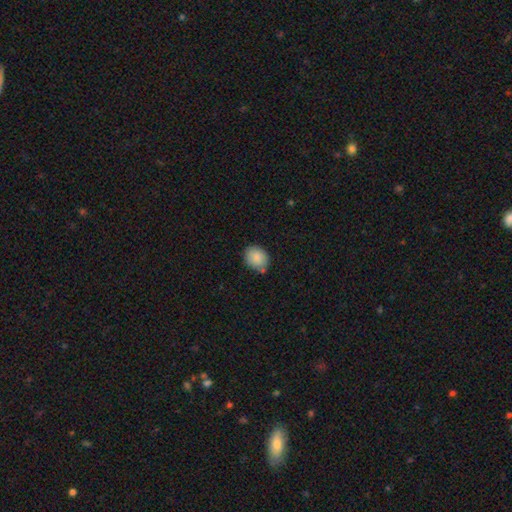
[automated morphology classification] smooth-or-featured: smooth: 87% | star or artifact: 8% | featured or disk: 6%
  how-rounded: round: 51% | in between: 48% | cigar-shaped: 1%
  merging: none: 69% | minor disturbance: 21% | merger: 6% | major disturbance: 4%